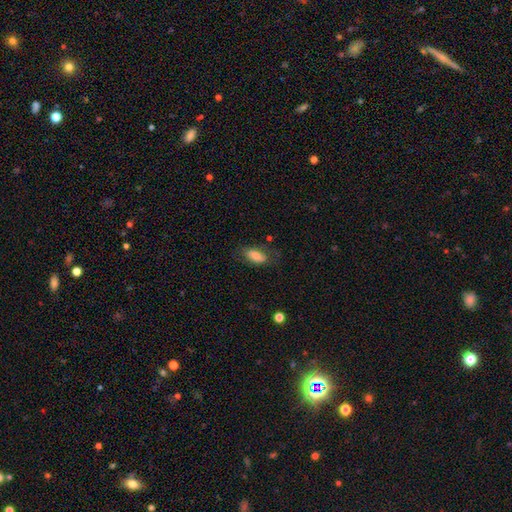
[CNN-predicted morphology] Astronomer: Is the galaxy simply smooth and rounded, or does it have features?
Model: smooth — 73%.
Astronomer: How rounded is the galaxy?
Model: in between — 88%.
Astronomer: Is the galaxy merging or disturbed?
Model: none — 68%.